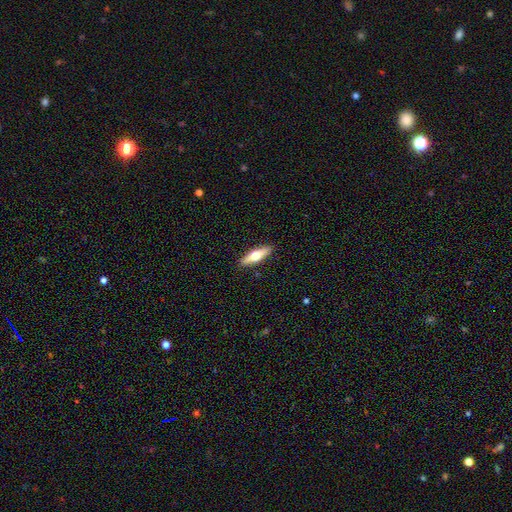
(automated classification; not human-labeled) A smooth galaxy with no disk features (52%) that is cigar-shaped (57%).

Vote fractions:
- Smooth or featured? smooth: 52% / featured or disk: 42% / star or artifact: 6%
- How rounded? cigar-shaped: 57% / in between: 40% / round: 2%
- Merging? none: 90% / minor disturbance: 7% / major disturbance: 2% / merger: 1%